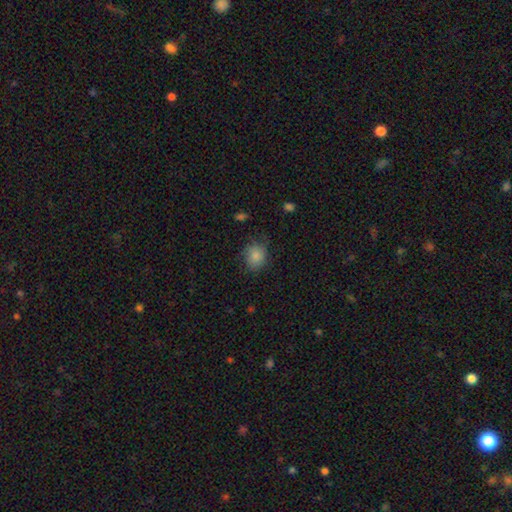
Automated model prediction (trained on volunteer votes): A smooth galaxy with no disk features (85%) that is round (65%).

Vote fractions:
- Smooth or featured? smooth: 85% / star or artifact: 9% / featured or disk: 7%
- How rounded? round: 65% / in between: 34% / cigar-shaped: 1%
- Merging? none: 70% / minor disturbance: 22% / major disturbance: 6% / merger: 1%